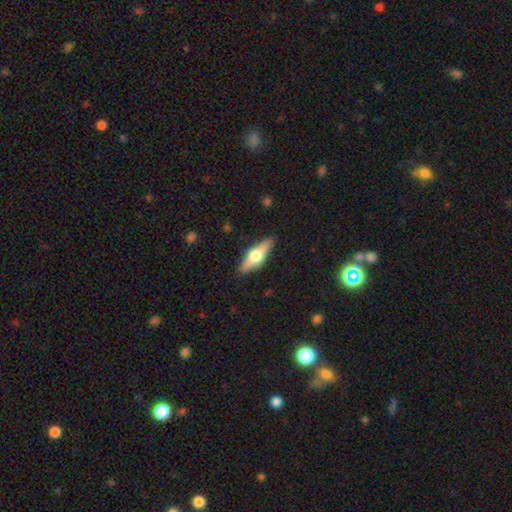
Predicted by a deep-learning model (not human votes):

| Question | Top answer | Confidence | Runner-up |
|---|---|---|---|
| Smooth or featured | featured or disk | 54% | smooth (40%) |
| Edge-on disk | yes | 92% | no (8%) |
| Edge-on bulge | rounded | 95% | boxy (4%) |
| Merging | none | 88% | minor disturbance (9%) |